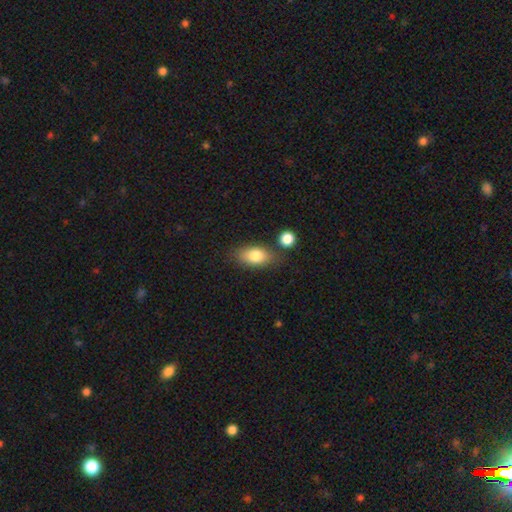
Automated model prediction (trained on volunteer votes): Smooth or featured: smooth — 80% (featured or disk — 12%)
How rounded: in between — 87% (round — 8%)
Merging: none — 71% (minor disturbance — 16%)